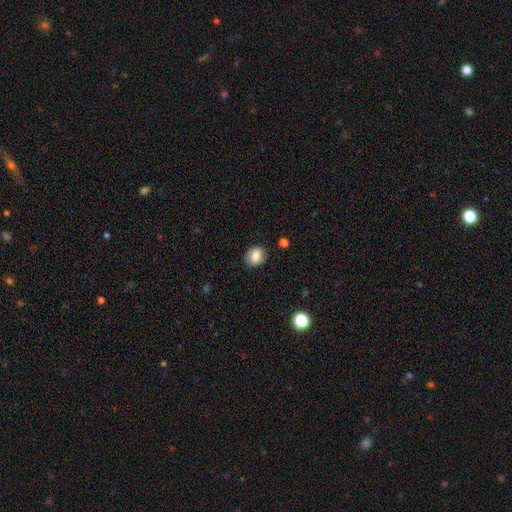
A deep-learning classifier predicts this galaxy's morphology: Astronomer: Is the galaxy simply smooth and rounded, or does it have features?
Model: smooth — 80%.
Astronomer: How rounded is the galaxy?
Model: in between — 50% (runner-up: round, 49%).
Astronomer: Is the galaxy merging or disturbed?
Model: none — 84%.